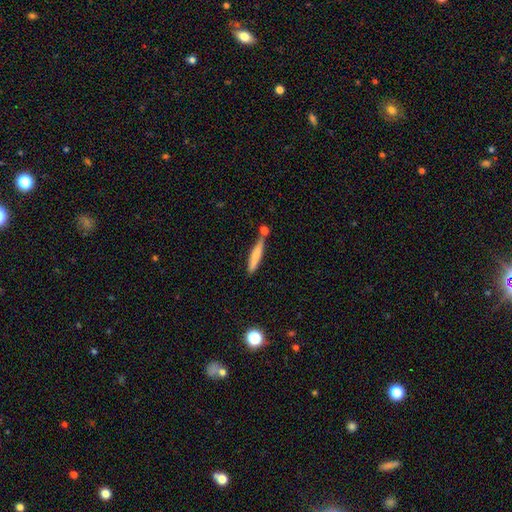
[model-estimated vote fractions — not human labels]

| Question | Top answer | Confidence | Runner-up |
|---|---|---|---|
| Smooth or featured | smooth | 69% | featured or disk (25%) |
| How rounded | cigar-shaped | 91% | in between (7%) |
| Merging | none | 61% | merger (19%) |